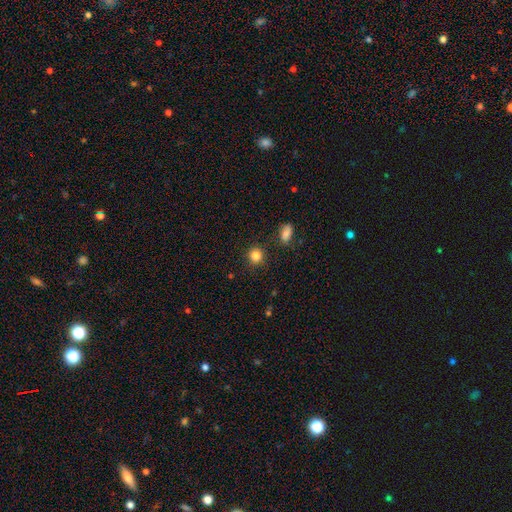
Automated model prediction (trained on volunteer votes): smooth-or-featured: smooth: 84% | star or artifact: 11% | featured or disk: 4%
  how-rounded: round: 90% | in between: 9% | cigar-shaped: 1%
  merging: none: 88% | minor disturbance: 7% | merger: 3% | major disturbance: 2%